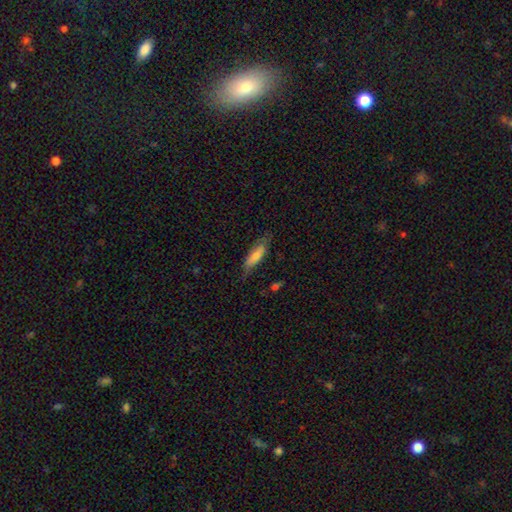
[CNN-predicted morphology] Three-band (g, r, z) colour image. It shows a smooth galaxy with no disk features (64%) that is cigar-shaped (55%). Merging: none (70%).